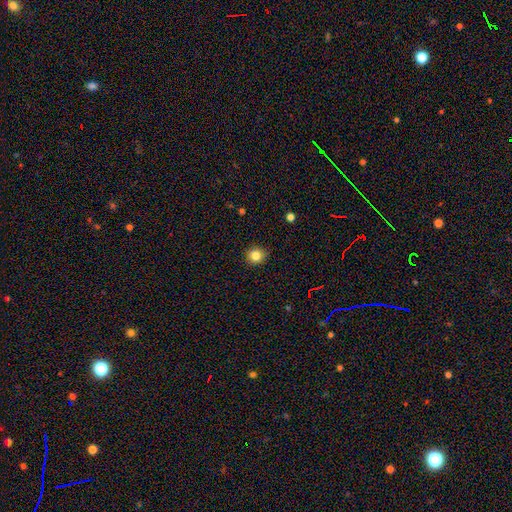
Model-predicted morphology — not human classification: Smooth or featured?
  - smooth: 83% *
  - star or artifact: 12%
  - featured or disk: 5%
How rounded?
  - round: 86% *
  - in between: 13%
  - cigar-shaped: 1%
Merging?
  - none: 89% *
  - minor disturbance: 8%
  - major disturbance: 2%
  - merger: 1%